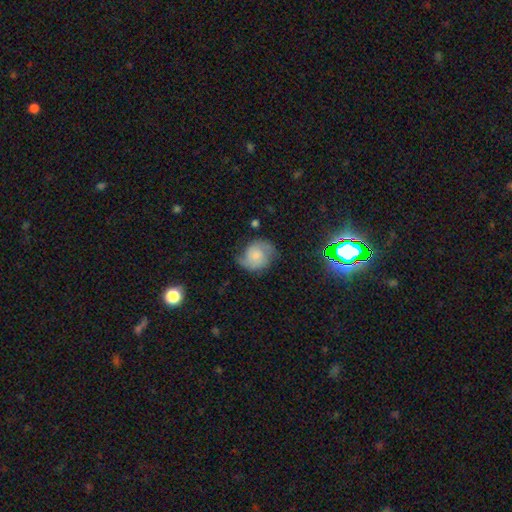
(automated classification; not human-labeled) This appears to be a featured or disk galaxy (55%) with no bar (71%), spiral arms (90%) and a small central bulge (37%). Merging: none (58%).